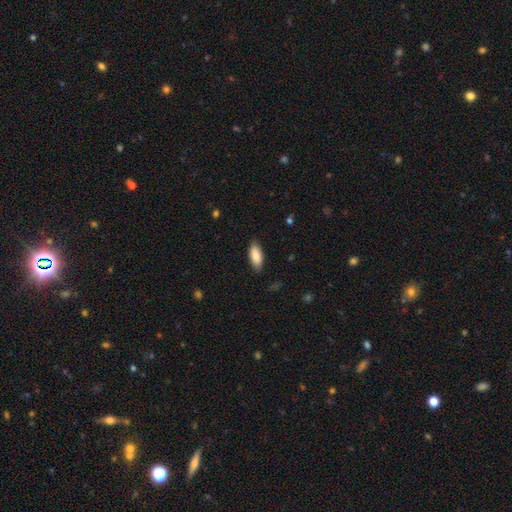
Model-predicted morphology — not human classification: A smooth galaxy with no disk features (86%) that is in between round and cigar-shaped (84%).

Vote fractions:
- Smooth or featured? smooth: 86% / featured or disk: 8% / star or artifact: 6%
- How rounded? in between: 84% / cigar-shaped: 14% / round: 2%
- Merging? none: 84% / minor disturbance: 13% / major disturbance: 2% / merger: 1%